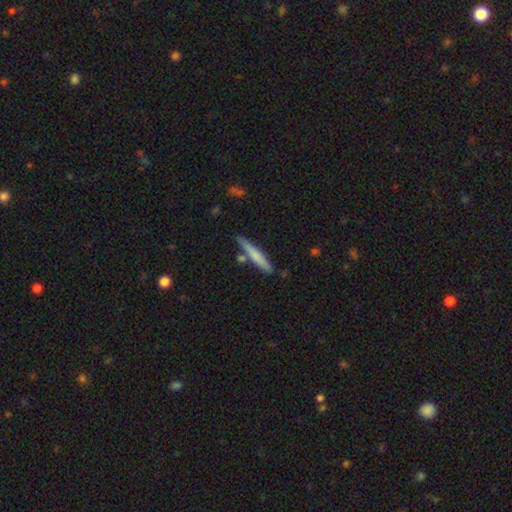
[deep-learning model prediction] smooth-or-featured: smooth: 66% | featured or disk: 28% | star or artifact: 6%
  how-rounded: cigar-shaped: 94% | in between: 5% | round: 1%
  merging: none: 77% | minor disturbance: 12% | merger: 8% | major disturbance: 2%